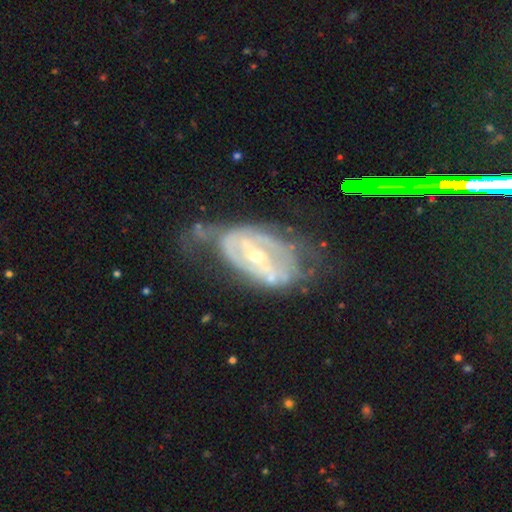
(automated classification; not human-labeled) This appears to be a featured or disk galaxy (82%) with a weak bar (36%, tied with strong), 2 (50%) tight (49%) spiral arms (70%) and a small central bulge (61%). Merging: none (35%).